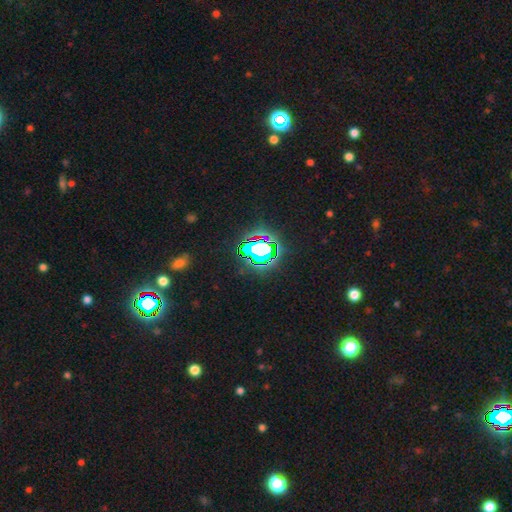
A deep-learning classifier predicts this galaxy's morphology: Smooth or featured? Predicted: star or artifact (p=0.77).